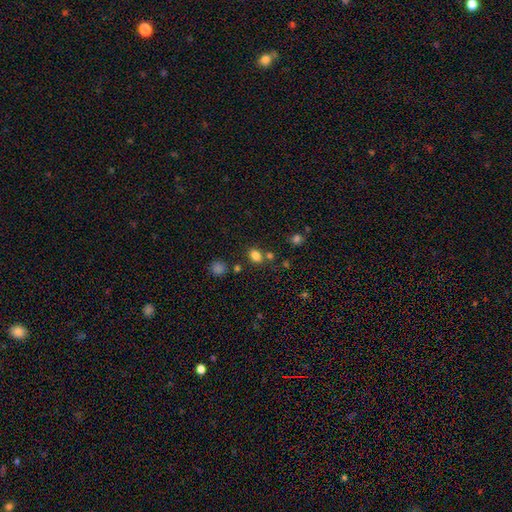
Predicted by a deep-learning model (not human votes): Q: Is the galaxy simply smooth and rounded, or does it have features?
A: smooth — 81%.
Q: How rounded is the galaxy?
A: in between — 62%.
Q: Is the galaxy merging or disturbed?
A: none — 70%.